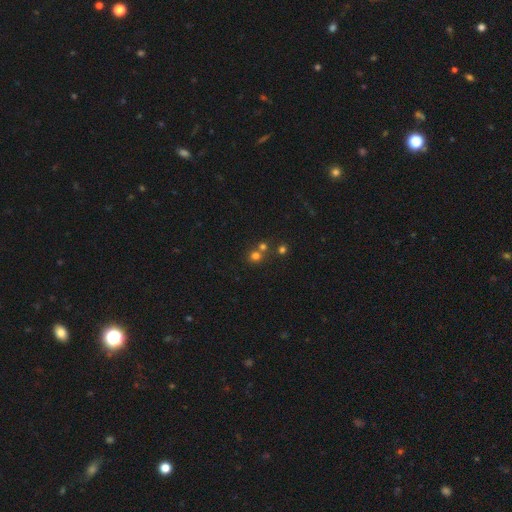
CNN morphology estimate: smooth-or-featured: smooth: 69% | star or artifact: 22% | featured or disk: 9%
  how-rounded: round: 87% | in between: 12% | cigar-shaped: 1%
  merging: none: 55% | merger: 36% | minor disturbance: 6% | major disturbance: 3%